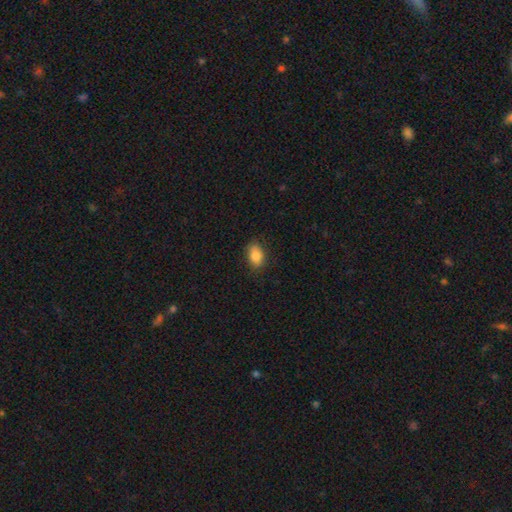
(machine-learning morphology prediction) A smooth galaxy with no disk features (85%) that is in between round and cigar-shaped (84%). Merging: none (82%).